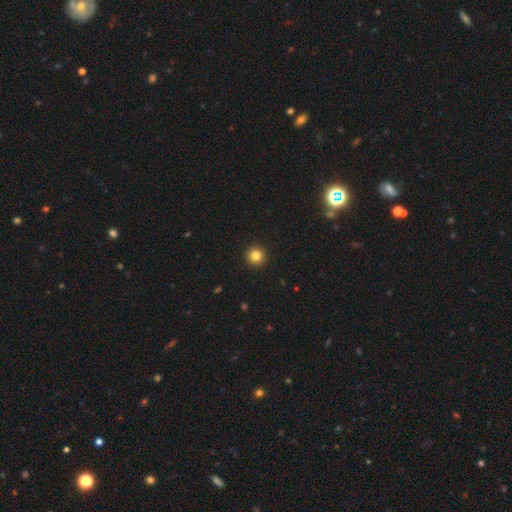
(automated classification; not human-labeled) Q: Smooth or featured?
A: smooth (83%); runner-up: star or artifact (11%)
Q: How rounded?
A: round (96%); runner-up: in between (3%)
Q: Merging?
A: none (94%); runner-up: minor disturbance (4%)